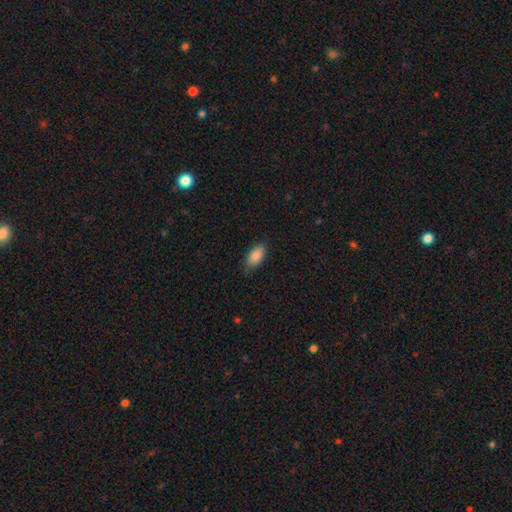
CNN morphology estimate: Smooth or featured?
  - smooth: 88% *
  - star or artifact: 7%
  - featured or disk: 5%
How rounded?
  - in between: 92% *
  - cigar-shaped: 5%
  - round: 3%
Merging?
  - none: 78% *
  - minor disturbance: 18%
  - major disturbance: 3%
  - merger: 1%